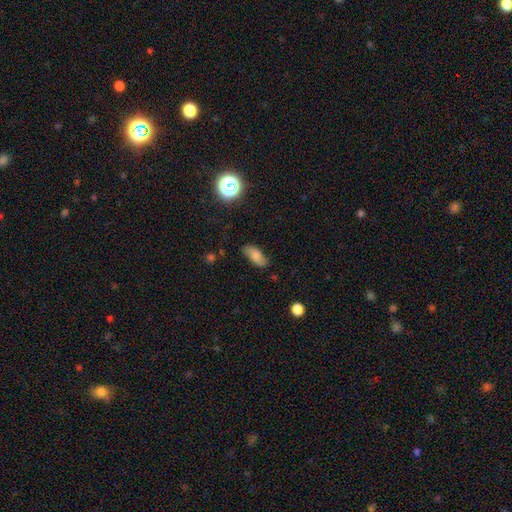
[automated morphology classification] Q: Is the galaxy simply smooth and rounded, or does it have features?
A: smooth — 65%.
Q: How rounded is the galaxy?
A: in between — 84%.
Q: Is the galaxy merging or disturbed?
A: none — 74%.